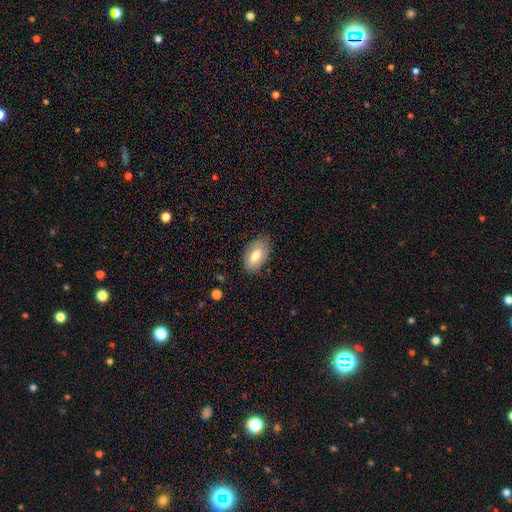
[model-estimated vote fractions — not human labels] This appears to be a smooth galaxy with no disk features (72%) that is in between round and cigar-shaped (92%). Merging: none (80%).